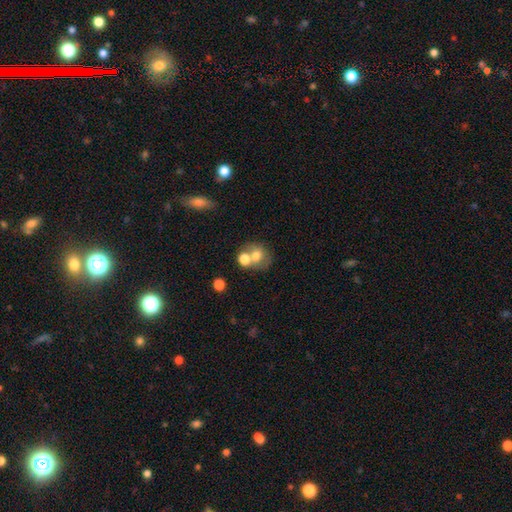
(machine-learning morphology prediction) Smooth or featured: smooth — 69% (featured or disk — 20%)
How rounded: round — 72% (in between — 27%)
Merging: merger — 44% (none — 42%)